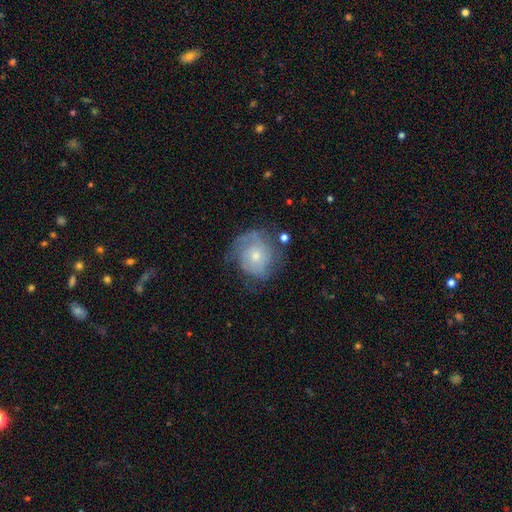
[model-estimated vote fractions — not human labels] Overall: featured or disk (63%; smooth 29%). Edge-on disk: no (97%). Bar: no (81%). Spiral arms: yes (81%). Spiral arm count: can't tell (38%; 2 30%). Spiral winding: tight (56%; medium 30%). Bulge size: small (47%, tied with moderate). Merging: none (59%; minor disturbance 23%).